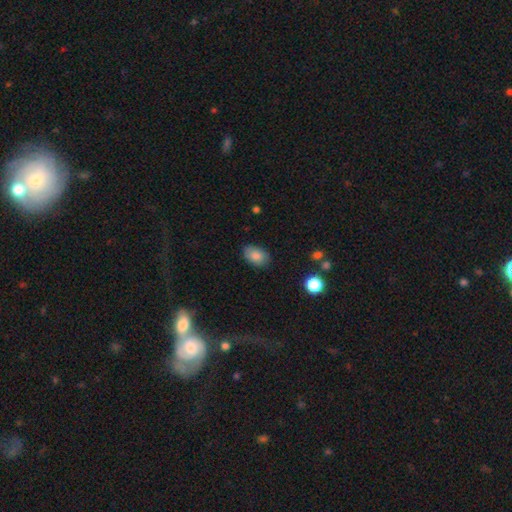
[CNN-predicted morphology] smooth_or_featured: smooth (p=0.85) [alt: featured or disk p=0.08]
how_rounded: in between (p=0.89) [alt: round p=0.10]
merging: none (p=0.83) [alt: minor disturbance p=0.13]